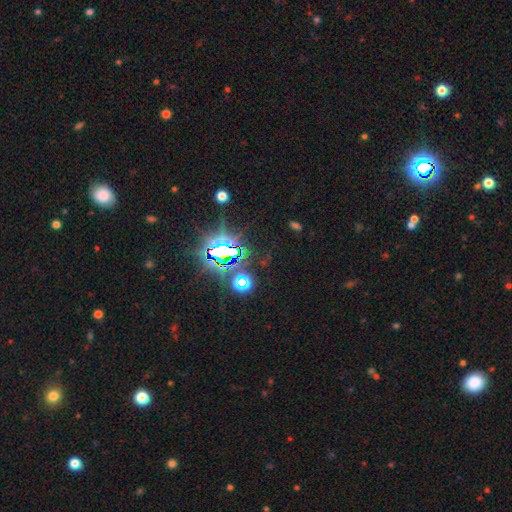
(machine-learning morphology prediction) Smooth or featured? star or artifact (82%)